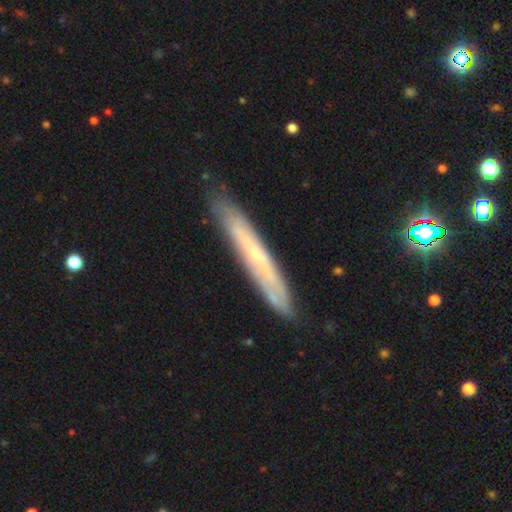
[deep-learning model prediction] smooth-or-featured: featured or disk: 58% | smooth: 34% | star or artifact: 8%
  disk-edge-on: yes: 74% | no: 26%
  merging: none: 83% | minor disturbance: 13% | major disturbance: 2% | merger: 1%